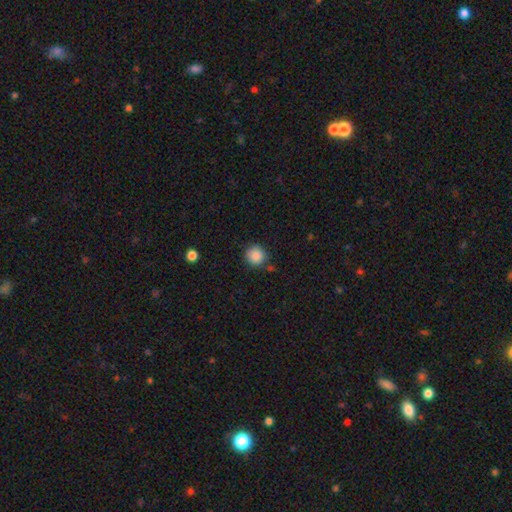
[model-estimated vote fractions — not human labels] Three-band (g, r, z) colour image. It shows a smooth galaxy with no disk features (88%) that is round (93%). Merging: none (83%).